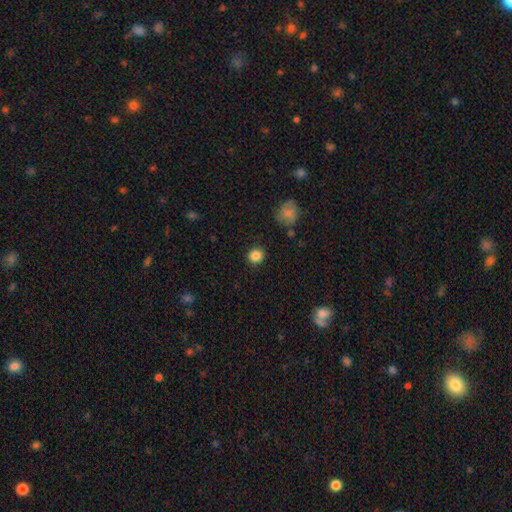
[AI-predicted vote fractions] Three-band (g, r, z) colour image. It shows a smooth galaxy with no disk features (86%) that is round (84%). Merging: none (89%).